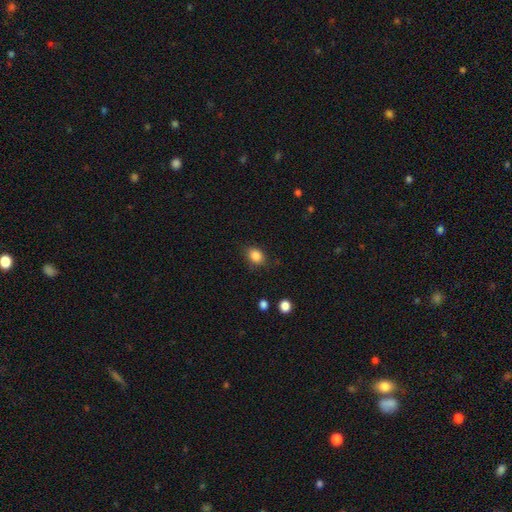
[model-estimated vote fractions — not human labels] This is clearly a smooth galaxy (86%). How rounded: likely in between (61%). Merging: likely none (79%).